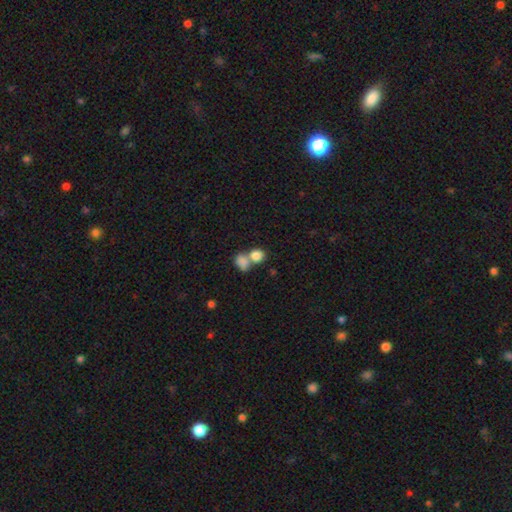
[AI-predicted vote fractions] Smooth or featured: smooth — 83% (star or artifact — 9%)
How rounded: round — 56% (in between — 43%)
Merging: merger — 57% (none — 31%)